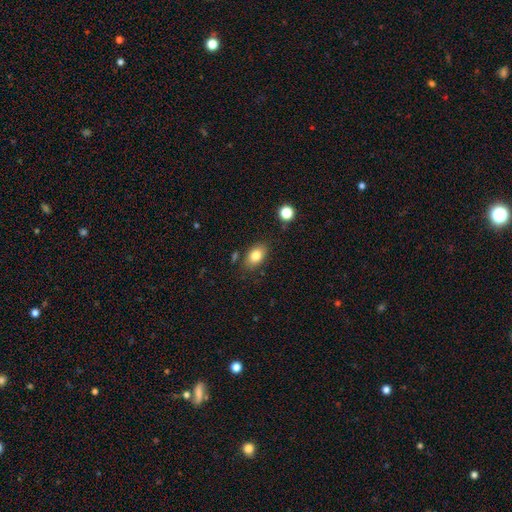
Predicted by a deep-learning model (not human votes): A smooth galaxy with no disk features (82%) that is in between round and cigar-shaped (86%).

Vote fractions:
- Smooth or featured? smooth: 82% / featured or disk: 9% / star or artifact: 9%
- How rounded? in between: 86% / round: 13% / cigar-shaped: 2%
- Merging? none: 80% / minor disturbance: 13% / merger: 4% / major disturbance: 3%